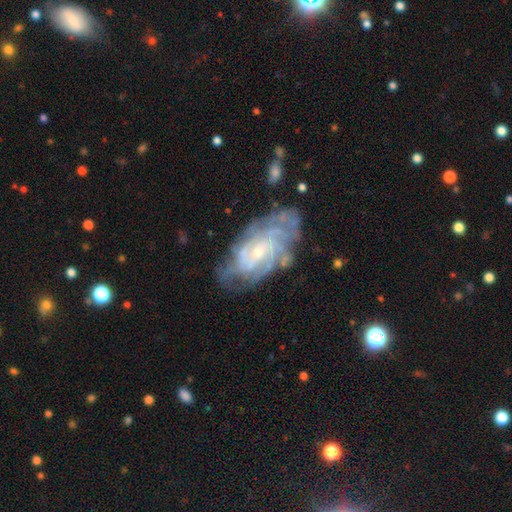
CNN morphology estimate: Smooth or featured? featured or disk (82%)
Edge-on disk? no (95%)
Bar? no (59%)
Spiral arms? yes (93%)
Spiral winding? tight (68%)
Spiral arm count? can't tell (43%)
Bulge size? small (74%)
Merging? none (66%)